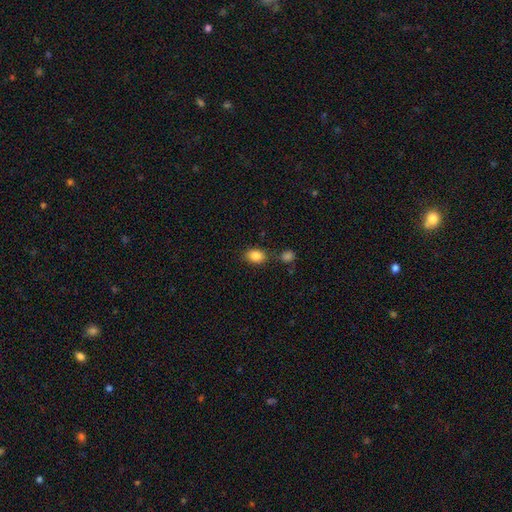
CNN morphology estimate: A smooth galaxy with no disk features (86%) that is in between round and cigar-shaped (72%). Merging: none (75%).